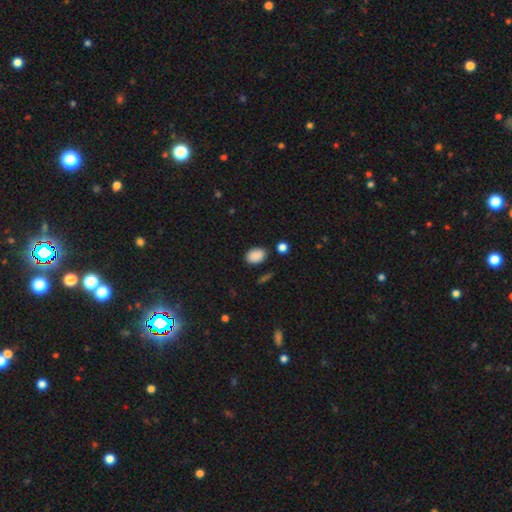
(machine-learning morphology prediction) Smooth or featured: smooth — 88% (star or artifact — 9%)
How rounded: in between — 81% (round — 18%)
Merging: none — 83% (minor disturbance — 11%)